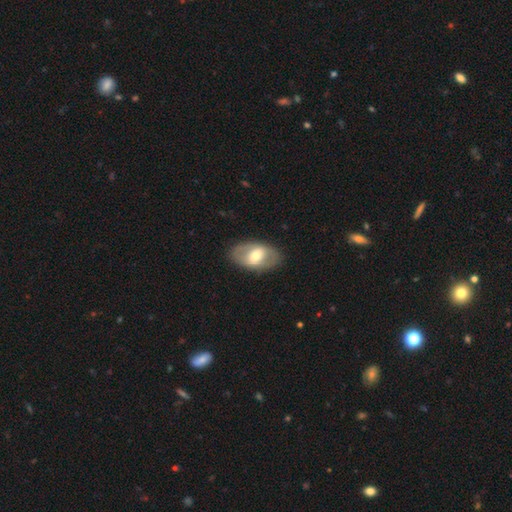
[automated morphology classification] Smooth or featured: featured or disk — 48% (smooth — 46%)
Merging: none — 82% (minor disturbance — 12%)